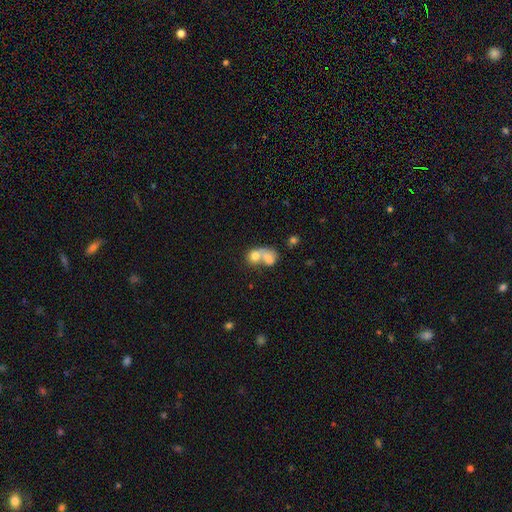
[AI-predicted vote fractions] A smooth galaxy with no disk features (71%) that is round (54%). Merging: merger (73%).